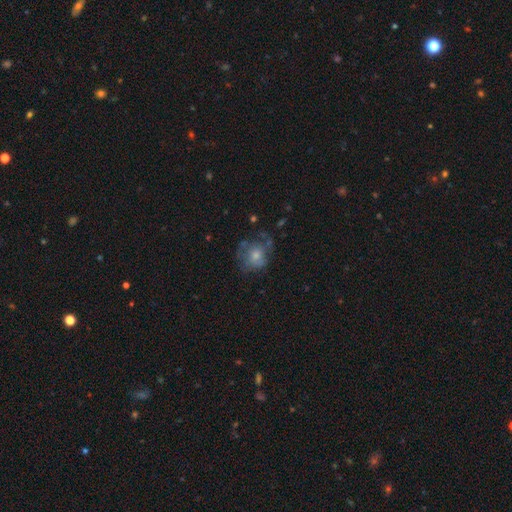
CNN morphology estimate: smooth 57%, featured or disk 33%, star or artifact 9%. Down the decision tree: how rounded — round (72%); merging — none (46%).